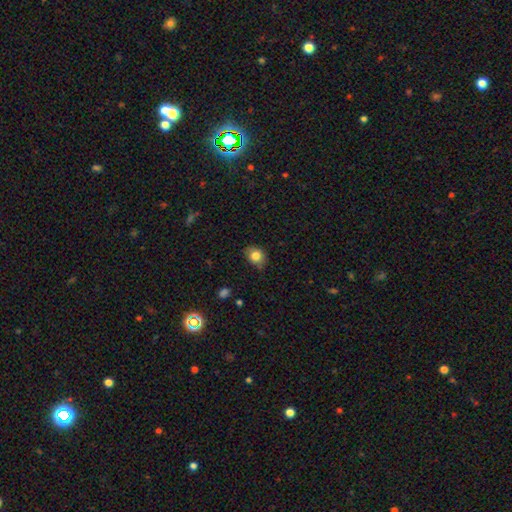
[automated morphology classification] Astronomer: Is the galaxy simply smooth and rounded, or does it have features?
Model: smooth — 82%.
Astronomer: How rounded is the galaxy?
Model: round — 52% (runner-up: in between, 47%).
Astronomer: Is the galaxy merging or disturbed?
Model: none — 79%.